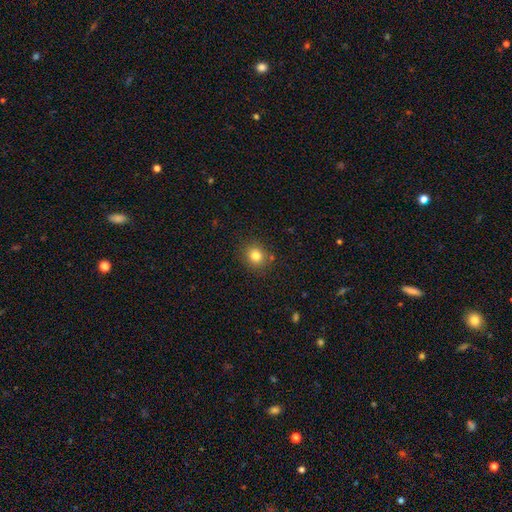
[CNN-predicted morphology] This appears to be a smooth galaxy with no disk features (80%) that is round (81%). Merging: none (84%).